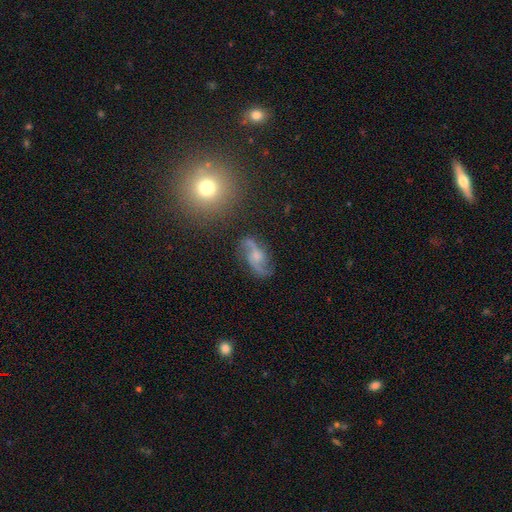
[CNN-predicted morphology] Smooth or featured? featured or disk (82%)
Edge-on disk? no (97%)
Bar? no (57%)
Spiral arms? yes (96%)
Spiral winding? loose (61%)
Spiral arm count? 2 (91%)
Bulge size? small (39%)
Merging? none (70%)